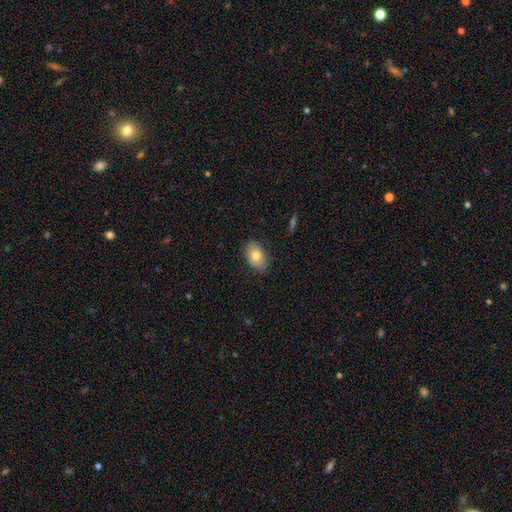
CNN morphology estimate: Smooth or featured?
  - smooth: 77% *
  - featured or disk: 16%
  - star or artifact: 7%
How rounded?
  - in between: 86% *
  - round: 12%
  - cigar-shaped: 1%
Merging?
  - none: 84% *
  - minor disturbance: 12%
  - major disturbance: 2%
  - merger: 1%